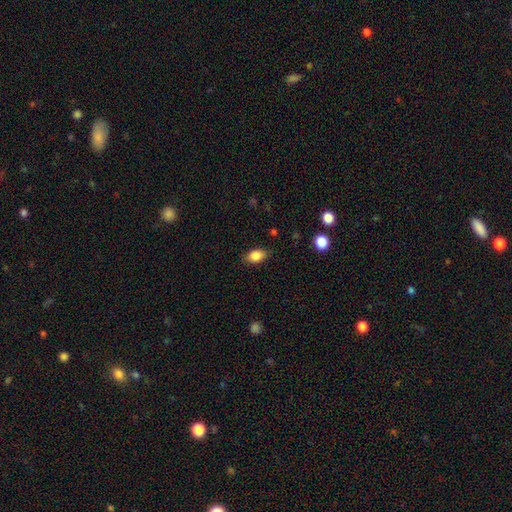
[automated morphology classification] This appears to be a smooth galaxy with no disk features (86%) that is in between round and cigar-shaped (86%). Merging: none (83%).